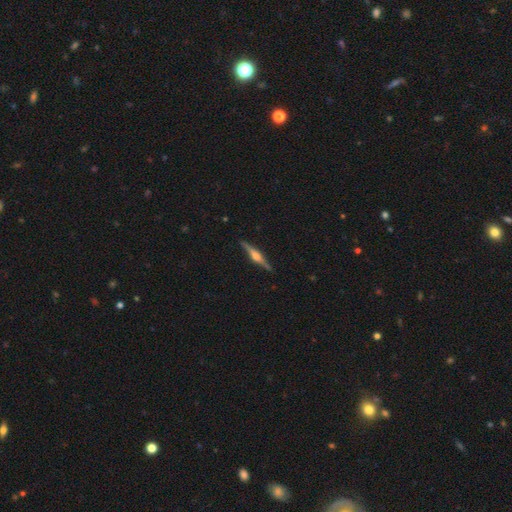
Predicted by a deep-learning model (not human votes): Q: Smooth or featured?
A: featured or disk (77%); runner-up: smooth (17%)
Q: Edge-on disk?
A: yes (98%); runner-up: no (2%)
Q: Edge-on bulge?
A: rounded (82%); runner-up: boxy (14%)
Q: Merging?
A: none (89%); runner-up: minor disturbance (8%)